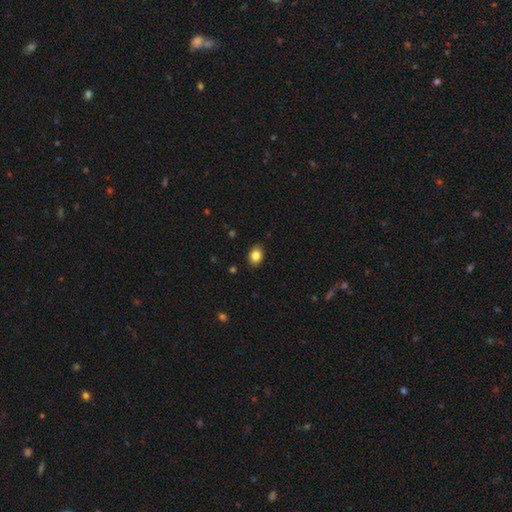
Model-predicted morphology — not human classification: type=smooth (83%); roundness=in between (67%); merging=none (87%).